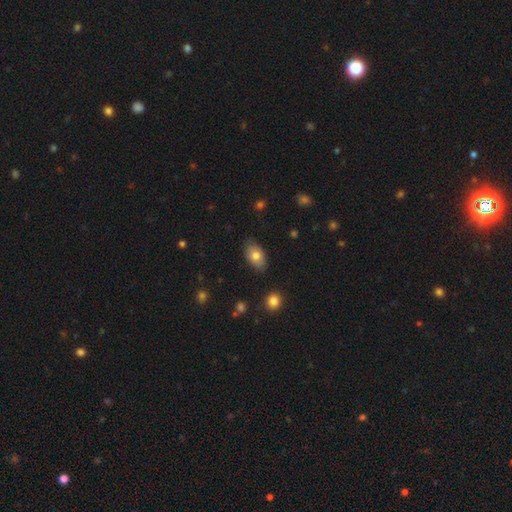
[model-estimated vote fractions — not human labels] Smooth or featured? smooth (77%)
How rounded? in between (90%)
Merging? none (84%)